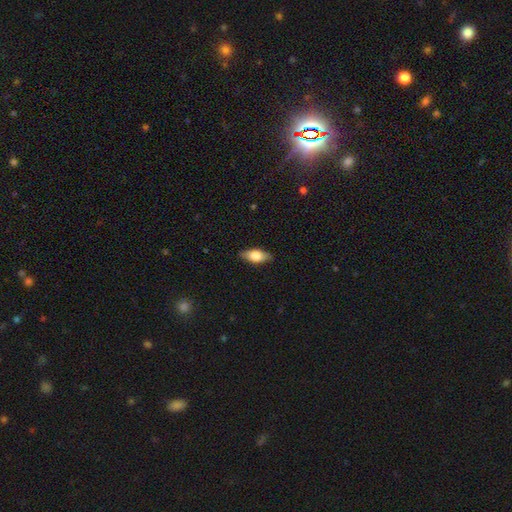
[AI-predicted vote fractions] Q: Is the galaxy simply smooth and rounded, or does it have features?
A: smooth — 71%.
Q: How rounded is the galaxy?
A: in between — 84%.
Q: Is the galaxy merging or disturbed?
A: none — 85%.